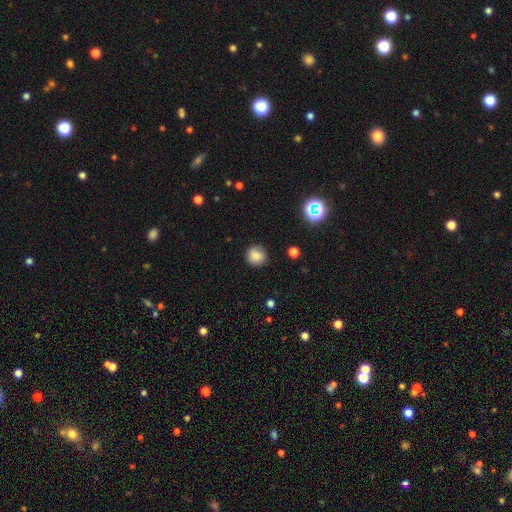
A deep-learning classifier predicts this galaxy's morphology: Q: Smooth or featured?
A: smooth (84%); runner-up: star or artifact (11%)
Q: How rounded?
A: round (88%); runner-up: in between (11%)
Q: Merging?
A: none (87%); runner-up: minor disturbance (9%)